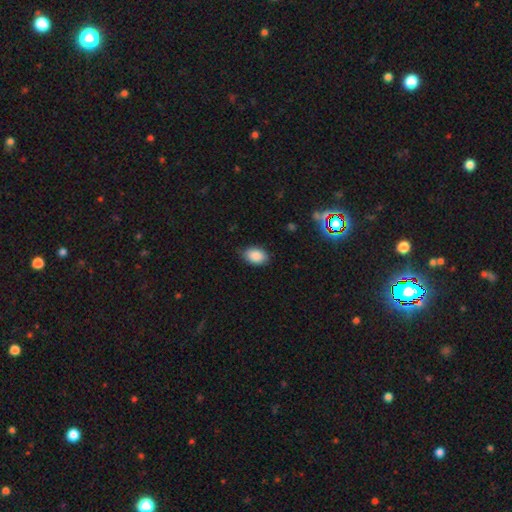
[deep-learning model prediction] Smooth or featured: smooth — 88% (star or artifact — 8%)
How rounded: in between — 87% (round — 11%)
Merging: none — 83% (minor disturbance — 13%)